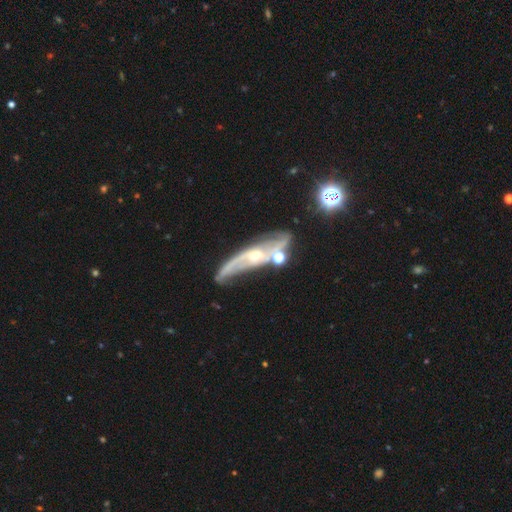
Volunteers were most divided on "spiral winding": medium: 43%, tight: 33%, loose: 23%. More confident: spiral arms — yes (94%); edge-on disk — no (91%); smooth or featured — featured or disk (90%); spiral arm count — 2 (70%); bulge size — moderate (66%); bar — no (62%); merging — none (61%).